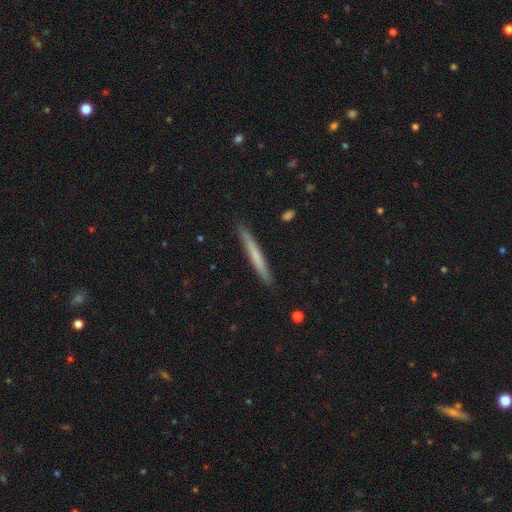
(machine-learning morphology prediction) Smooth or featured? smooth (63%)
How rounded? cigar-shaped (97%)
Merging? none (90%)